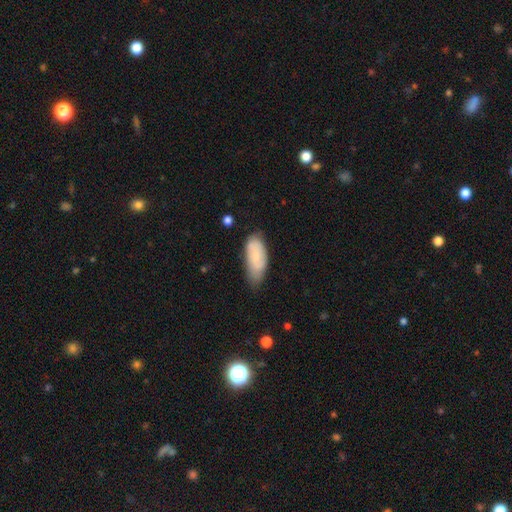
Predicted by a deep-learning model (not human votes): Morphology: type=smooth (70%); roundness=in between (82%); merging=none (57%).